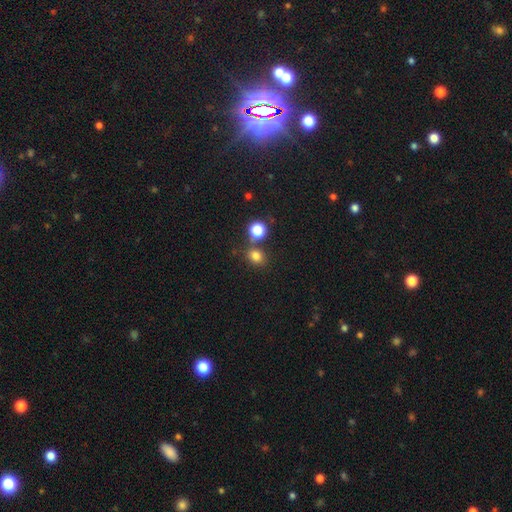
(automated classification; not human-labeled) A smooth galaxy with no disk features (79%) that is round (62%). Merging: none (68%).